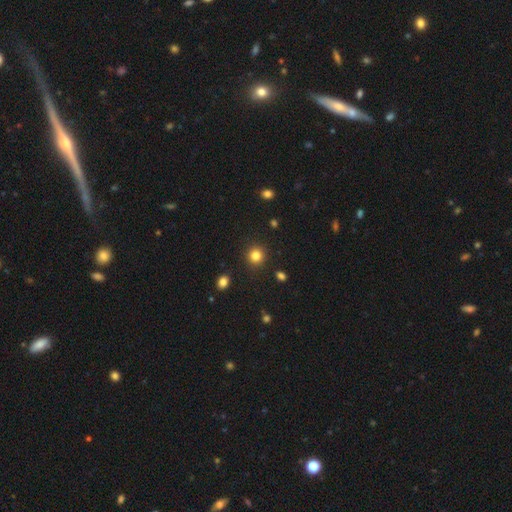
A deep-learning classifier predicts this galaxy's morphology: This appears to be a smooth galaxy with no disk features (83%) that is round (91%). Merging: none (91%).